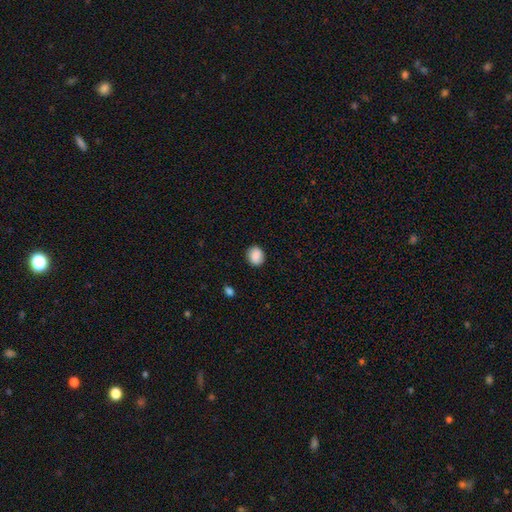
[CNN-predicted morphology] smooth_or_featured: smooth (p=0.88) [alt: star or artifact p=0.08]
how_rounded: round (p=0.69) [alt: in between p=0.30]
merging: none (p=0.87) [alt: minor disturbance p=0.09]